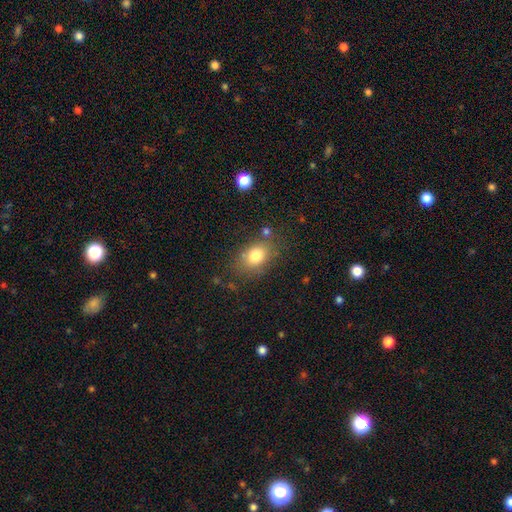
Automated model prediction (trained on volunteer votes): Smooth or featured? Predicted: smooth (p=0.79). How rounded? Predicted: in between (p=0.71). Merging? Predicted: none (p=0.72).